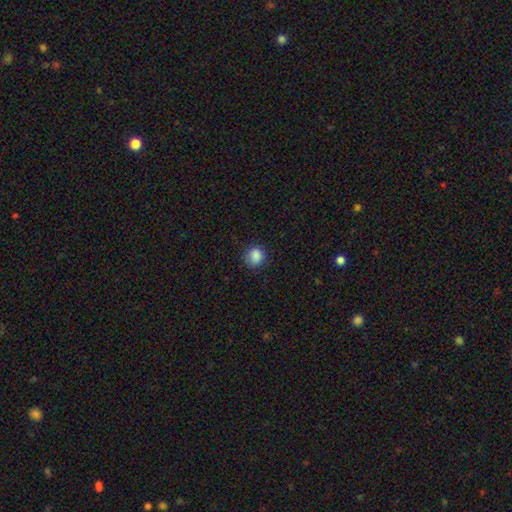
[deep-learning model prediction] Overall: smooth (87%). How rounded: round (80%). Merging: none (82%).